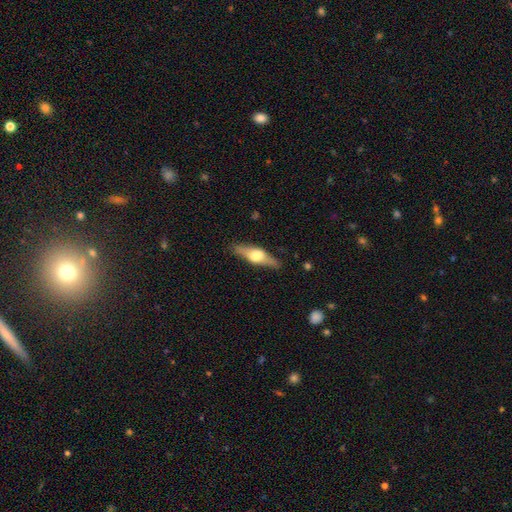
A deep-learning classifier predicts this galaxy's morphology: A featured or disk galaxy (59%) viewed edge-on (92%) with a rounded central bulge (92%).

Vote fractions:
- Smooth or featured? featured or disk: 59% / smooth: 35% / star or artifact: 6%
- Edge-on disk? yes: 92% / no: 8%
- Edge-on bulge? rounded: 92% / boxy: 6% / none: 2%
- Merging? none: 85% / minor disturbance: 11% / major disturbance: 3% / merger: 1%